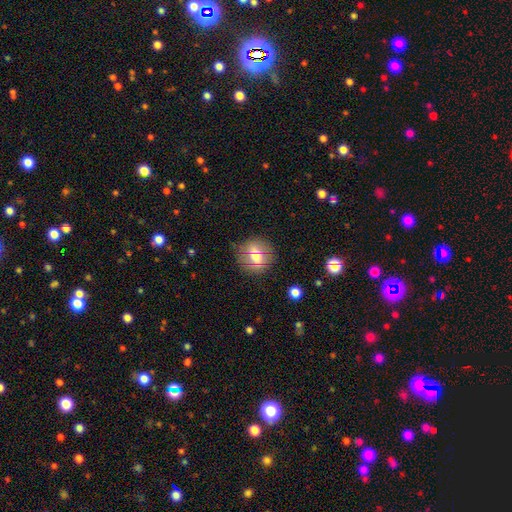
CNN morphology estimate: smooth-or-featured: smooth: 58% | featured or disk: 30% | star or artifact: 12%
  how-rounded: round: 82% | in between: 16% | cigar-shaped: 2%
  merging: none: 80% | minor disturbance: 14% | major disturbance: 5% | merger: 2%